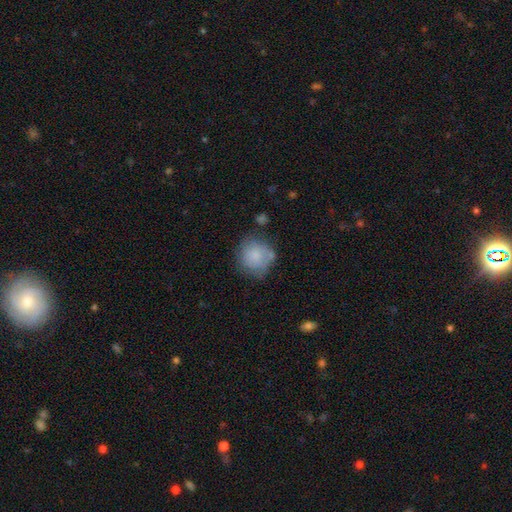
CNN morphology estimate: Smooth or featured?
  - smooth: 72% *
  - featured or disk: 20%
  - star or artifact: 8%
How rounded?
  - round: 86% *
  - in between: 13%
  - cigar-shaped: 1%
Merging?
  - none: 56% *
  - minor disturbance: 27%
  - major disturbance: 11%
  - merger: 6%